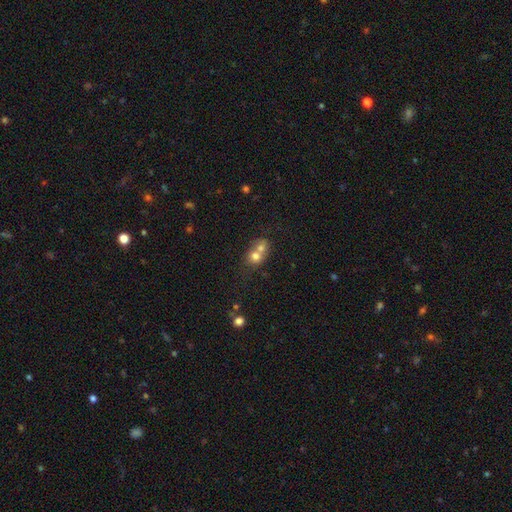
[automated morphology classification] smooth_or_featured: smooth (p=0.70) [alt: featured or disk p=0.19]
how_rounded: round (p=0.67) [alt: in between p=0.32]
merging: merger (p=0.68) [alt: none p=0.23]